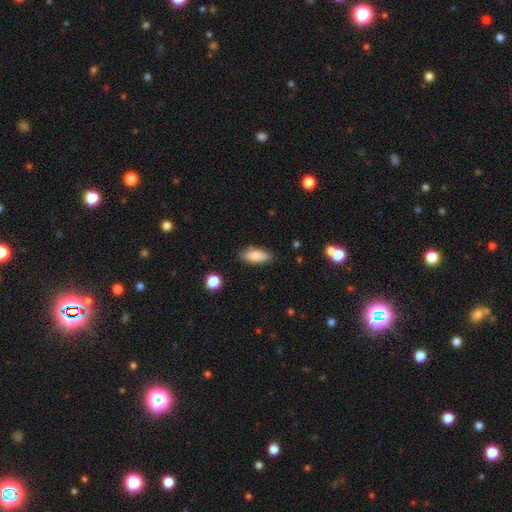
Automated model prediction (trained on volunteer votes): Smooth or featured? Predicted: smooth (p=0.82). How rounded? Predicted: in between (p=0.76). Merging? Predicted: none (p=0.81).